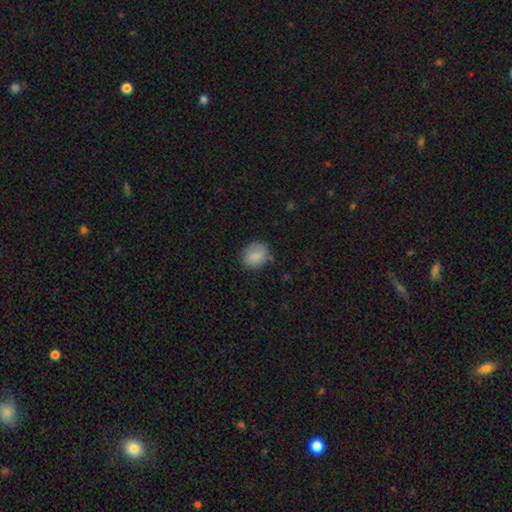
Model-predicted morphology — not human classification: Q: Smooth or featured?
A: smooth (84%); runner-up: featured or disk (8%)
Q: How rounded?
A: round (56%); runner-up: in between (43%)
Q: Merging?
A: none (78%); runner-up: minor disturbance (17%)